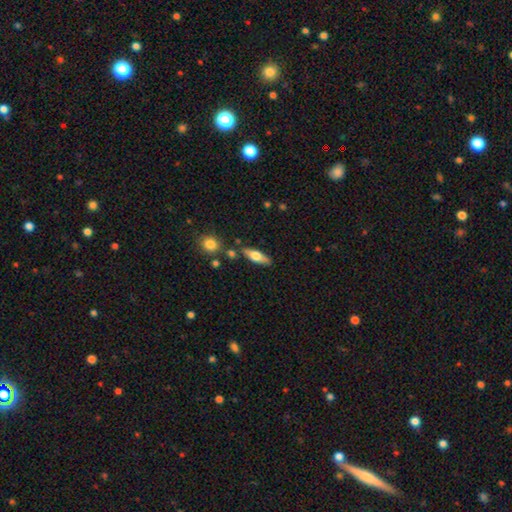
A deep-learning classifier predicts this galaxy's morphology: smooth 55%, featured or disk 39%, star or artifact 6%. Down the decision tree: how rounded — in between (52%); merging — none (79%).